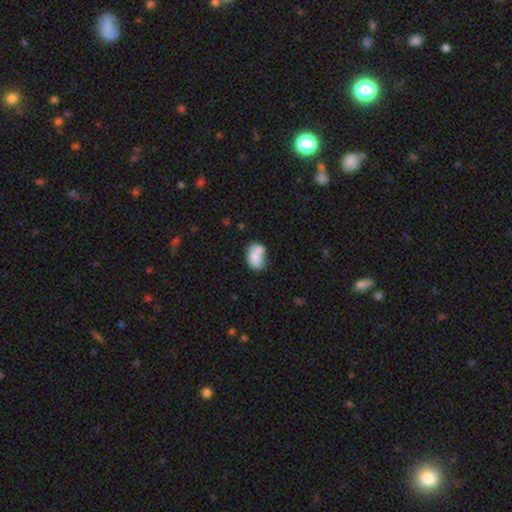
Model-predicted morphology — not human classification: Overall: smooth (77%). How rounded: in between (83%). Merging: merger (40%; none 32%).